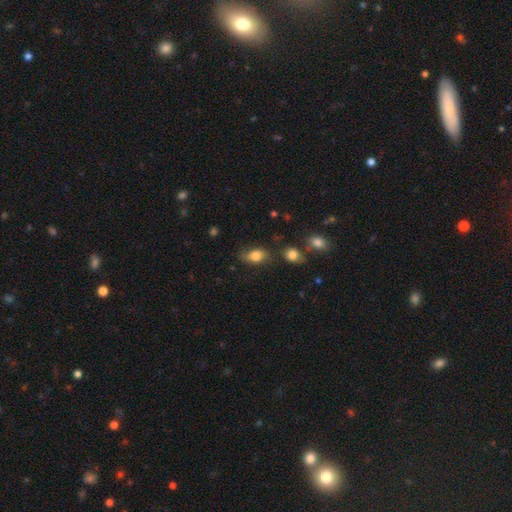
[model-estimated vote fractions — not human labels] Morphology: type=smooth (79%); roundness=in between (79%); merging=none (64%).